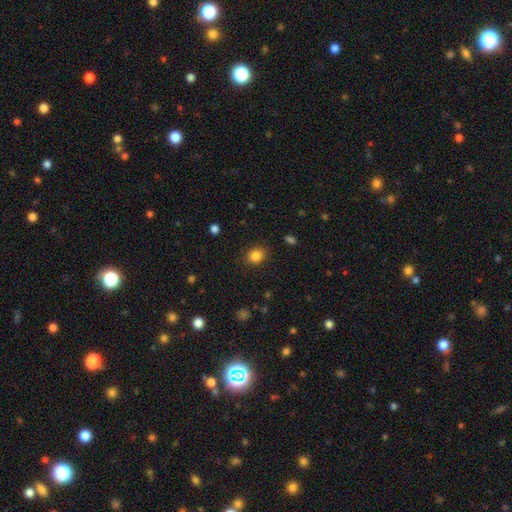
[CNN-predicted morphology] Smooth or featured: smooth — 84% (star or artifact — 11%)
How rounded: round — 70% (in between — 30%)
Merging: none — 87% (minor disturbance — 9%)